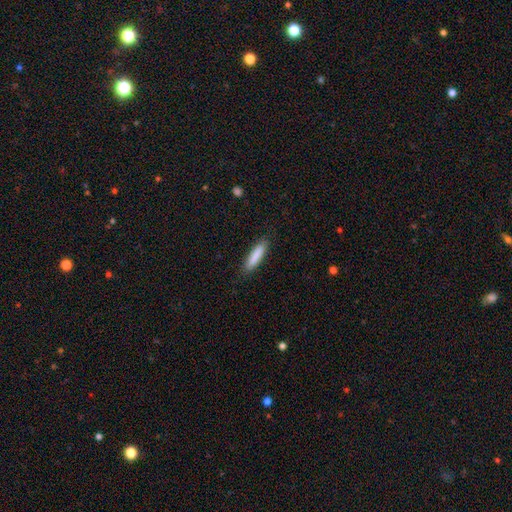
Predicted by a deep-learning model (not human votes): Overall: smooth (86%). How rounded: cigar-shaped (79%). Merging: none (88%).